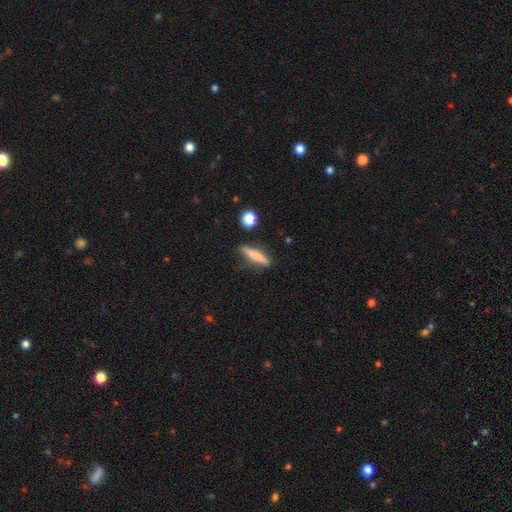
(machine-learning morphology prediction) This appears to be a smooth galaxy with no disk features (72%) that is cigar-shaped (80%). Merging: none (81%).